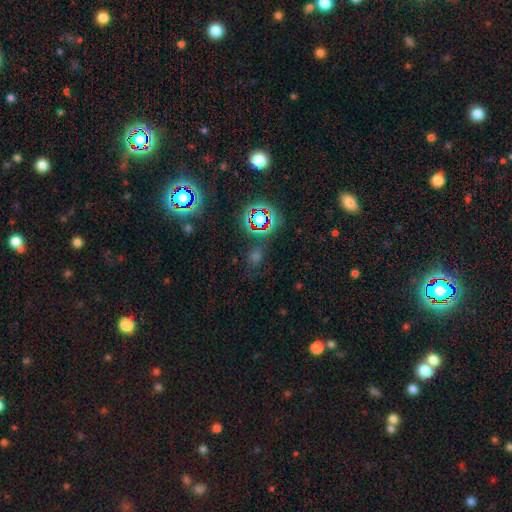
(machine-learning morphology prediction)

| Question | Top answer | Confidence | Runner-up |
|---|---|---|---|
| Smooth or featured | star or artifact | 58% | smooth (31%) |